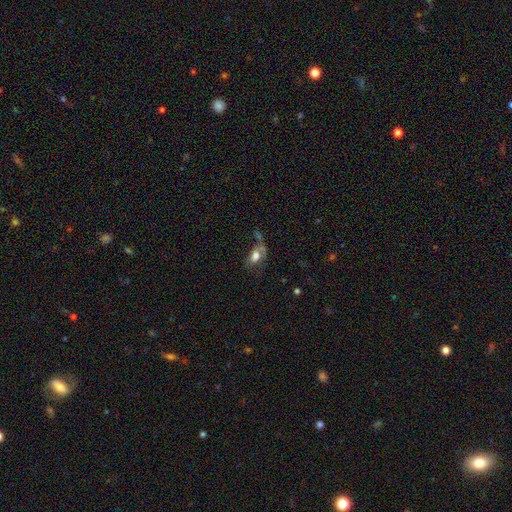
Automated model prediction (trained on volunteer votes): Overall: smooth (67%). How rounded: in between (87%). Merging: none (33%; major disturbance 27%).